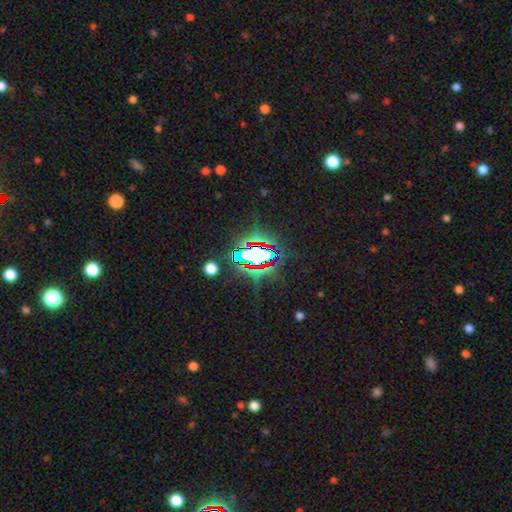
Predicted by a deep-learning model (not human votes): A star or artifact, not a galaxy (70%).

Vote fractions:
- Smooth or featured? star or artifact: 70% / smooth: 17% / featured or disk: 13%